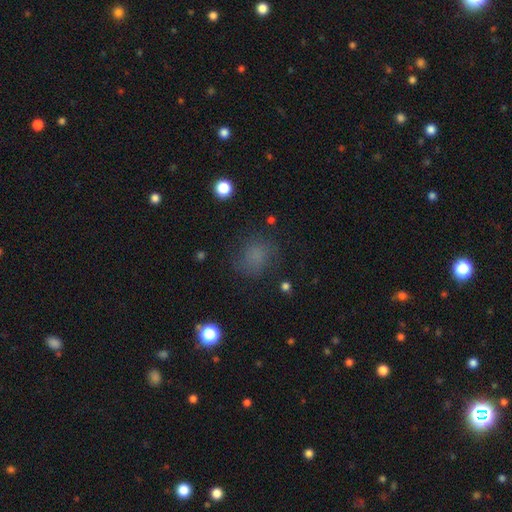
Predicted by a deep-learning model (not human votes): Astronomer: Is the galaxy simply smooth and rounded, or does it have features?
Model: smooth — 70%.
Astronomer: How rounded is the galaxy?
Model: round — 67%.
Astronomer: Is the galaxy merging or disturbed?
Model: none — 74%.